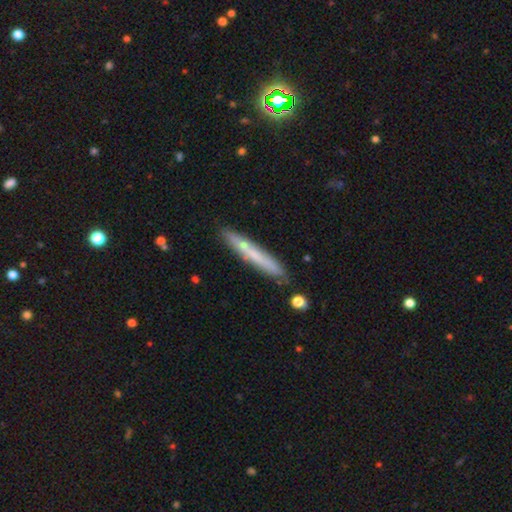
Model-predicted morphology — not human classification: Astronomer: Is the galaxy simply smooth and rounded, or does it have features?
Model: smooth — 56% (runner-up: featured or disk, 38%).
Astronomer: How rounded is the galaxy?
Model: cigar-shaped — 95%.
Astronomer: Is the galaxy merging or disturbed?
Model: none — 82%.